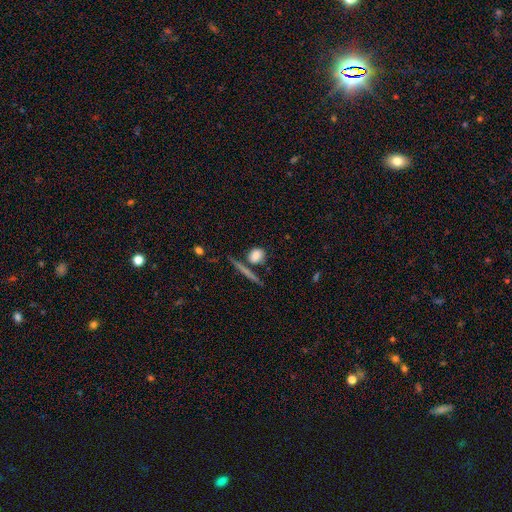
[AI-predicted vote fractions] Morphology: type=smooth (79%); roundness=round (62%); merging=none (65%).